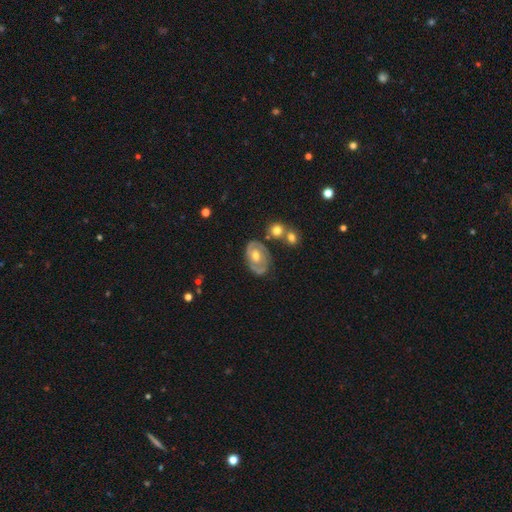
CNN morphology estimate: This is likely a featured or disk galaxy (70%). It is clearly not viewed edge-on (95%). Bar: likely no (69%). Spiral arm pattern: likely yes (65%). Central bulge: likely moderate (74%). Merging: likely none (67%).